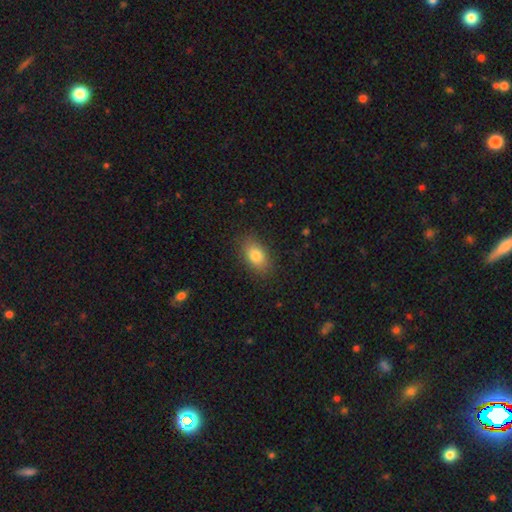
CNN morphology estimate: The model was most divided on "smooth or featured": smooth: 81%, featured or disk: 10%, star or artifact: 9%. More confident: how rounded — in between (86%); merging — none (86%).